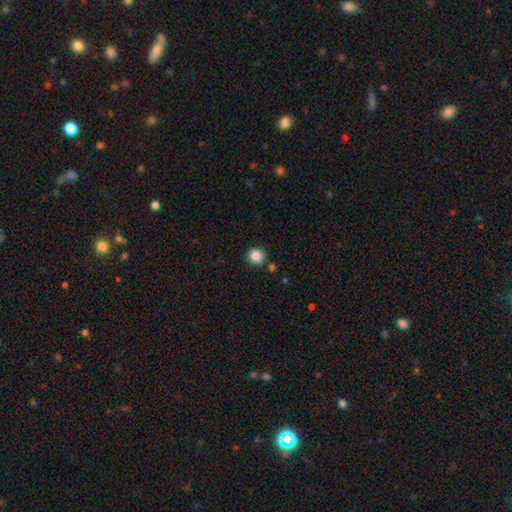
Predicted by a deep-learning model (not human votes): smooth_or_featured: smooth (p=0.85) [alt: star or artifact p=0.11]
how_rounded: round (p=0.94) [alt: in between p=0.05]
merging: none (p=0.87) [alt: minor disturbance p=0.07]